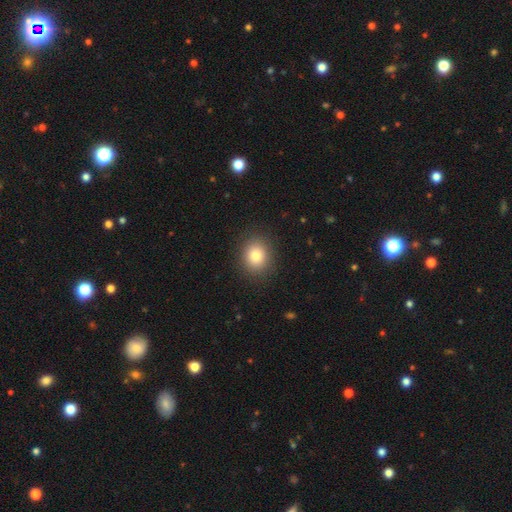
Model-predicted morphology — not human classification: smooth-or-featured: smooth: 83% | star or artifact: 10% | featured or disk: 8%
  how-rounded: round: 63% | in between: 36% | cigar-shaped: 1%
  merging: none: 88% | minor disturbance: 8% | major disturbance: 3% | merger: 1%